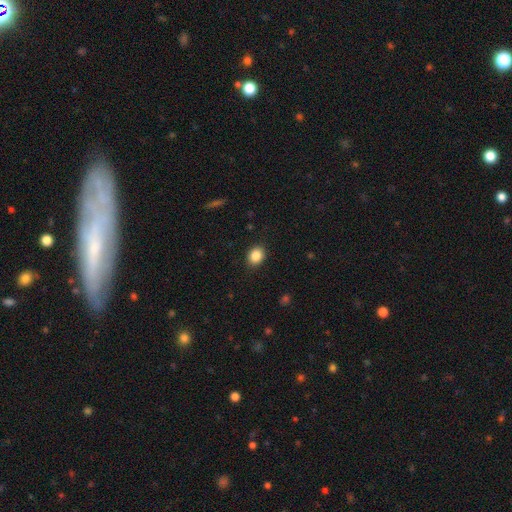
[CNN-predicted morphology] Smooth or featured? Predicted: smooth (p=0.86). How rounded? Predicted: in between (p=0.53). Merging? Predicted: none (p=0.89).